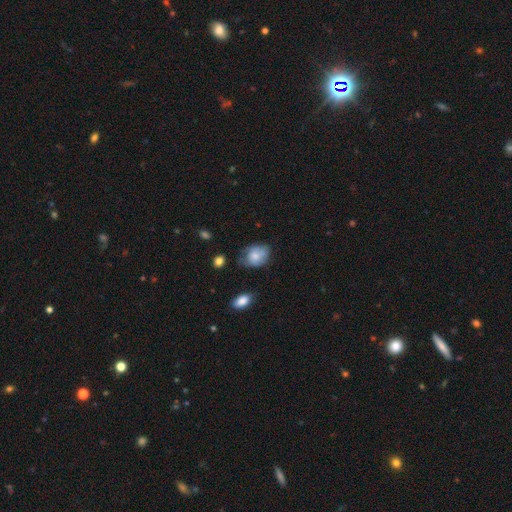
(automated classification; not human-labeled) Smooth or featured: smooth — 73% (featured or disk — 19%)
How rounded: in between — 68% (round — 31%)
Merging: none — 51% (minor disturbance — 35%)